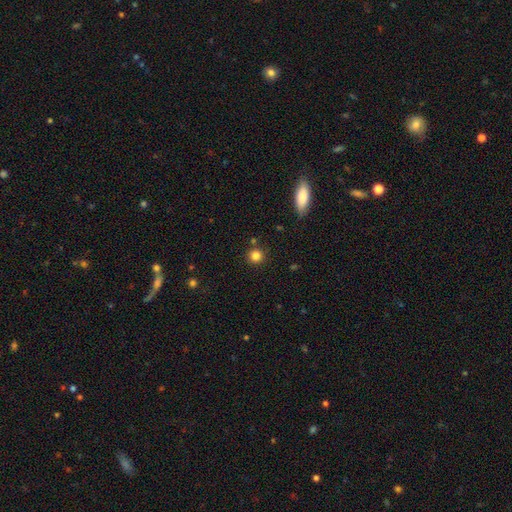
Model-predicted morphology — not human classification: Smooth or featured? smooth (83%)
How rounded? round (92%)
Merging? none (86%)